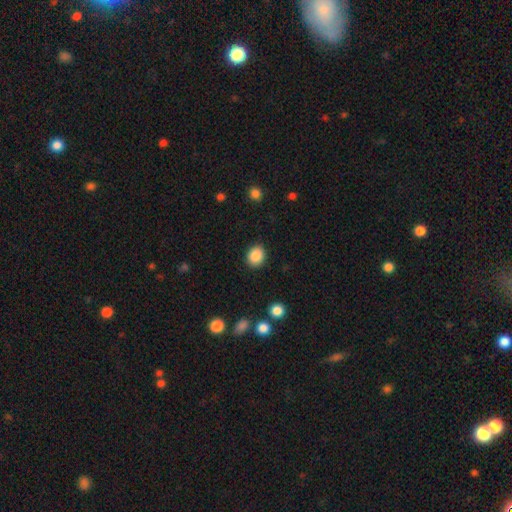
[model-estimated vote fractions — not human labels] smooth-or-featured: smooth: 87% | star or artifact: 9% | featured or disk: 4%
  how-rounded: round: 64% | in between: 36% | cigar-shaped: 1%
  merging: none: 89% | minor disturbance: 8% | major disturbance: 2% | merger: 1%